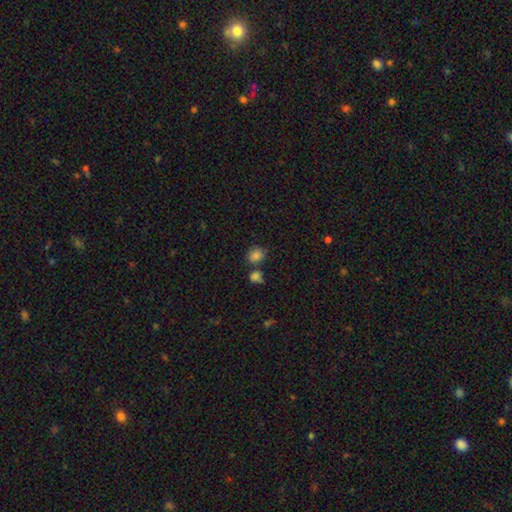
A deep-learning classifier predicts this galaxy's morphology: This is clearly a smooth galaxy (83%). How rounded: likely round (65%). Merging: likely none (61%).